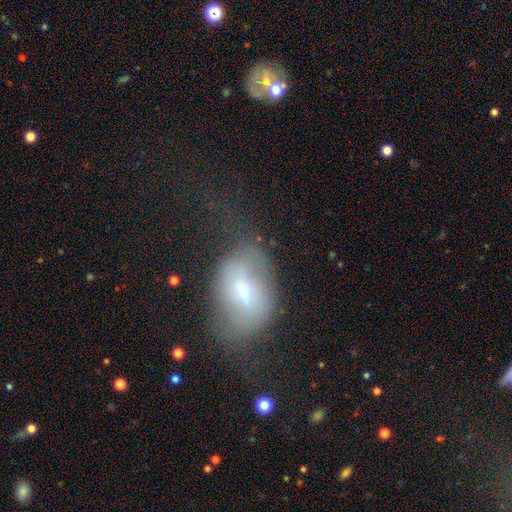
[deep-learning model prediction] Morphology: type=smooth (47%); merging=major disturbance (37%).